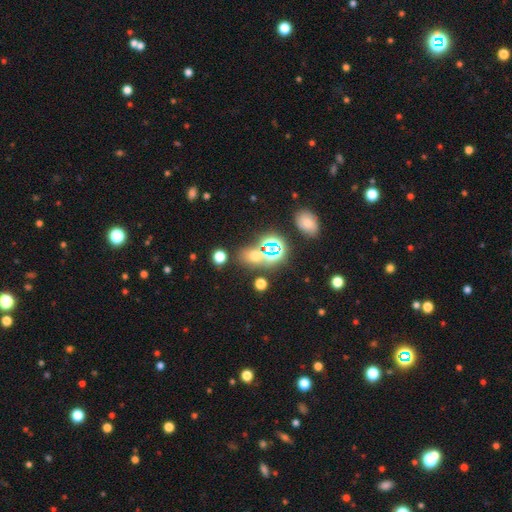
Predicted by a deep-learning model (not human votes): Smooth or featured: smooth — 49% (star or artifact — 41%)
Merging: none — 70% (merger — 14%)